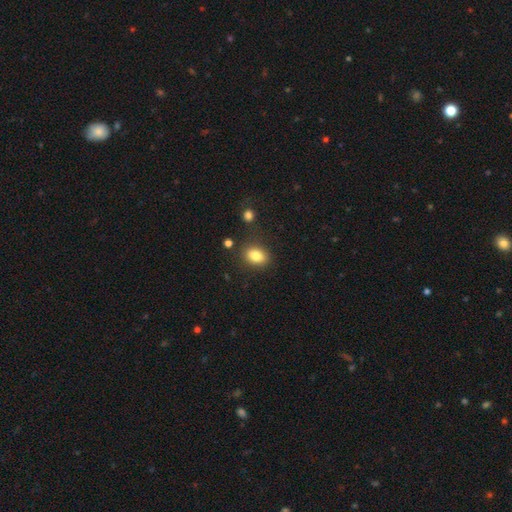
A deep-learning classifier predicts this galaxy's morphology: Smooth or featured? Predicted: smooth (p=0.83). How rounded? Predicted: in between (p=0.73). Merging? Predicted: none (p=0.81).